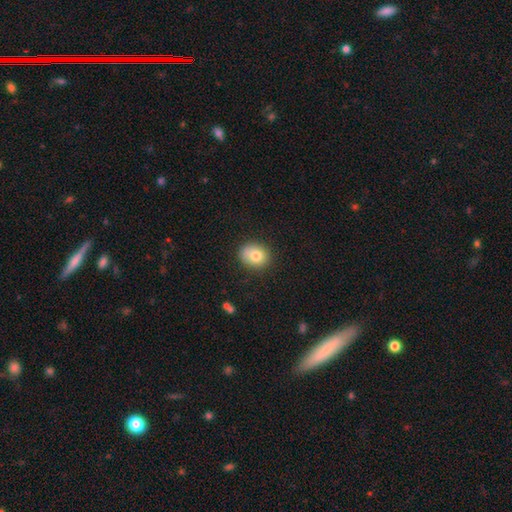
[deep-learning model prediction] Q: Smooth or featured?
A: smooth (79%); runner-up: featured or disk (11%)
Q: How rounded?
A: round (68%); runner-up: in between (31%)
Q: Merging?
A: none (81%); runner-up: minor disturbance (14%)